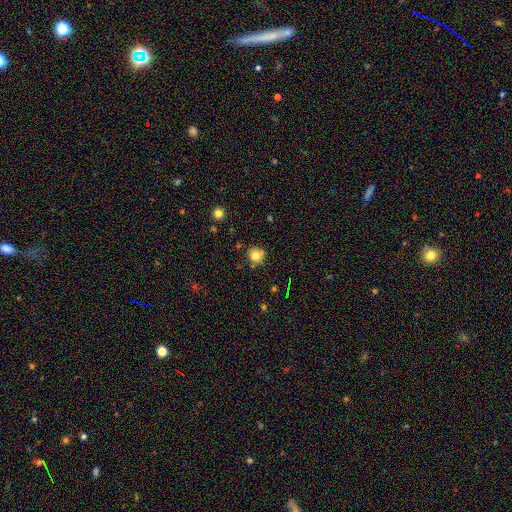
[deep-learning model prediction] The model was most divided on "smooth or featured": smooth: 76%, star or artifact: 15%, featured or disk: 9%. More confident: how rounded — round (90%); merging — none (76%).